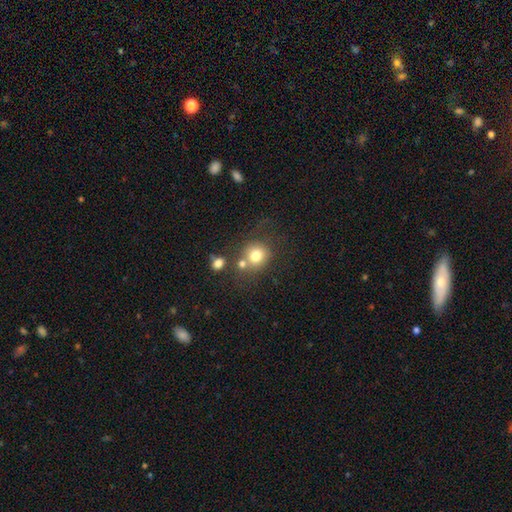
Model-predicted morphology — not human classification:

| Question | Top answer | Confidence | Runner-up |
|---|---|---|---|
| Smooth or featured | smooth | 76% | star or artifact (12%) |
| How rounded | round | 84% | in between (15%) |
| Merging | none | 56% | merger (25%) |